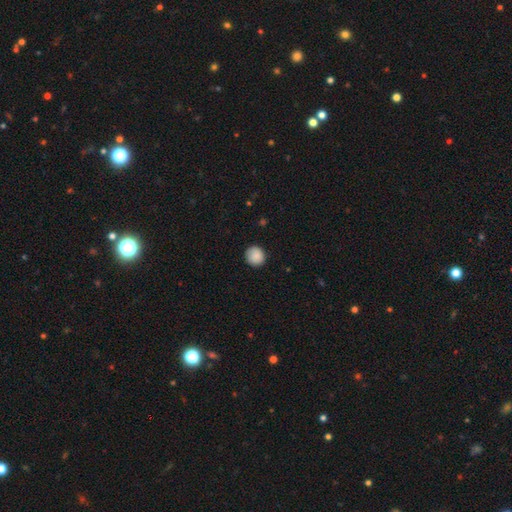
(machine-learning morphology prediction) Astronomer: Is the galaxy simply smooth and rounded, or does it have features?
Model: smooth — 89%.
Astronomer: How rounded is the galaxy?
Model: round — 92%.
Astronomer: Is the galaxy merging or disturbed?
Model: none — 88%.